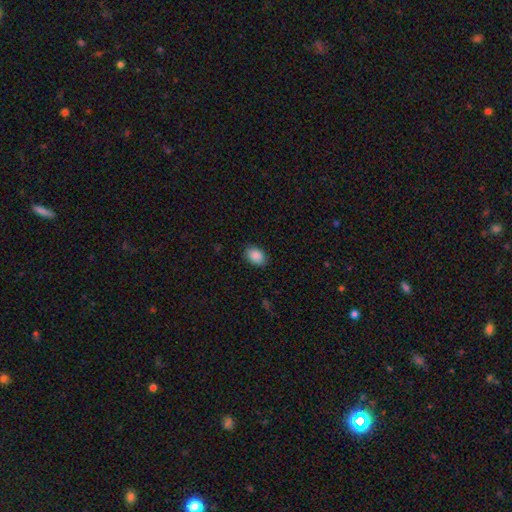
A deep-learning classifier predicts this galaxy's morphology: Smooth or featured: smooth — 89% (star or artifact — 8%)
How rounded: in between — 81% (round — 18%)
Merging: none — 87% (minor disturbance — 9%)